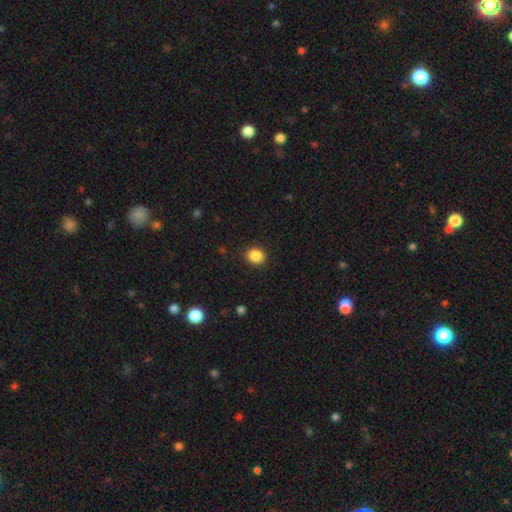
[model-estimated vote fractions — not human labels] Smooth or featured: smooth — 87% (star or artifact — 9%)
How rounded: round — 63% (in between — 36%)
Merging: none — 89% (minor disturbance — 7%)